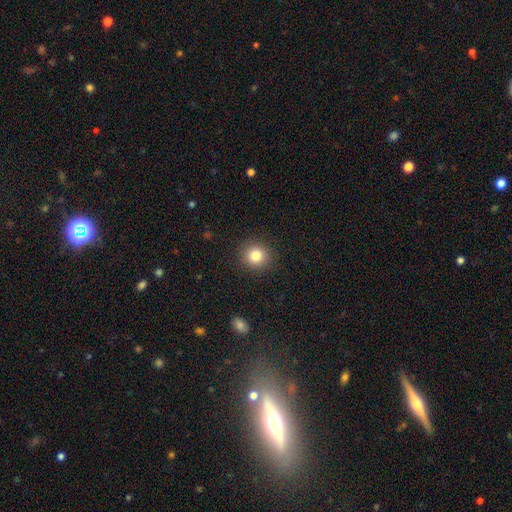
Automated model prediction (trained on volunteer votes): Smooth or featured? Predicted: smooth (p=0.82). How rounded? Predicted: round (p=0.89). Merging? Predicted: none (p=0.91).